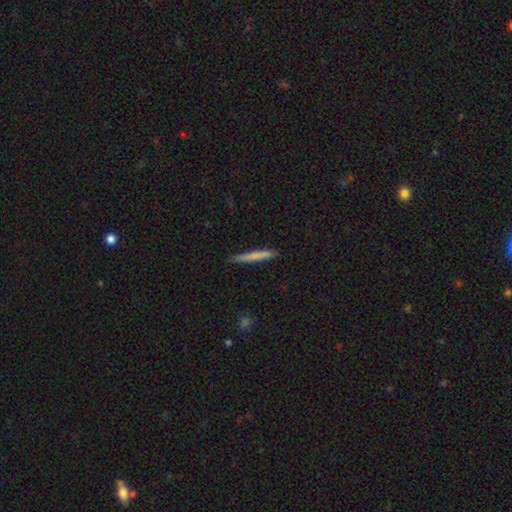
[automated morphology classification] This is likely a smooth galaxy (71%). How rounded: clearly cigar-shaped (96%). Merging: clearly none (86%).